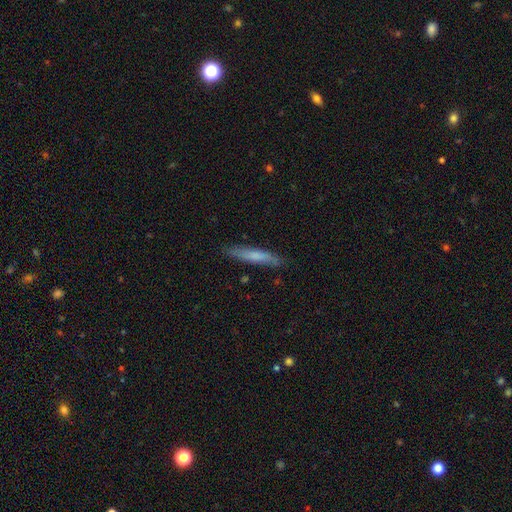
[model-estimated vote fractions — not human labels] This appears to be a smooth galaxy with no disk features (63%) that is cigar-shaped (92%). Merging: none (83%).